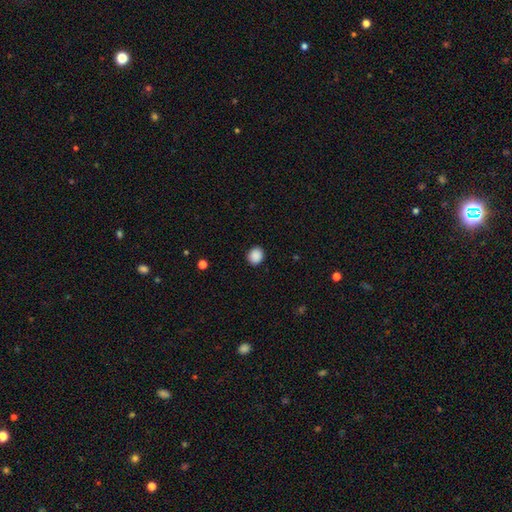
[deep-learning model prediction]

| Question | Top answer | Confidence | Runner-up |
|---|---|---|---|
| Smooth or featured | smooth | 89% | star or artifact (9%) |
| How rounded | round | 79% | in between (20%) |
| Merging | none | 91% | minor disturbance (6%) |